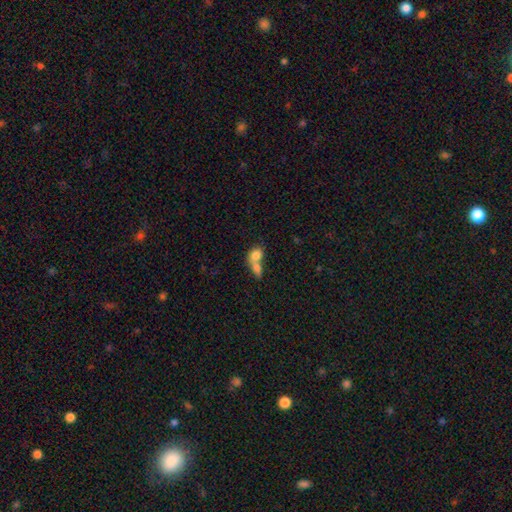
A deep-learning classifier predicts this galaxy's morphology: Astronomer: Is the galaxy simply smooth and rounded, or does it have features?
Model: smooth — 77%.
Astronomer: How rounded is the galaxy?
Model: in between — 51% (runner-up: round, 47%).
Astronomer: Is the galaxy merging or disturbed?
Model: merger — 73%.